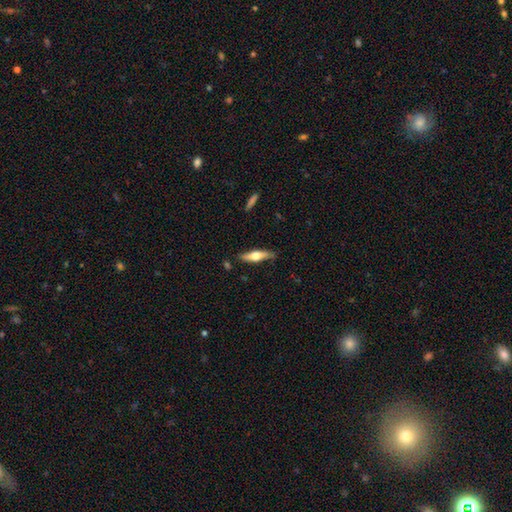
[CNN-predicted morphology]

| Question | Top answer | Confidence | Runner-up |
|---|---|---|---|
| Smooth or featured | smooth | 50% | featured or disk (45%) |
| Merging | none | 79% | minor disturbance (16%) |